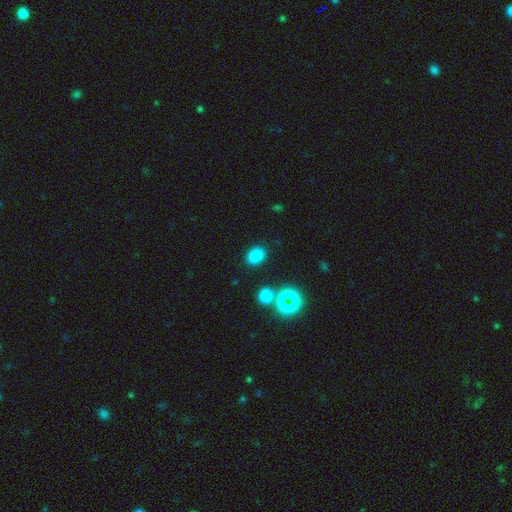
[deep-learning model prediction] smooth-or-featured: smooth: 80% | star or artifact: 15% | featured or disk: 4%
  how-rounded: in between: 71% | round: 27% | cigar-shaped: 1%
  merging: none: 85% | minor disturbance: 9% | major disturbance: 3% | merger: 3%